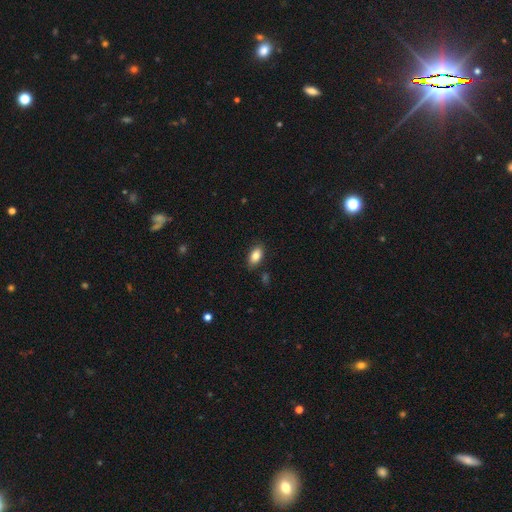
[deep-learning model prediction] Smooth or featured?
  - smooth: 84% *
  - featured or disk: 9%
  - star or artifact: 8%
How rounded?
  - in between: 92% *
  - round: 6%
  - cigar-shaped: 2%
Merging?
  - none: 85% *
  - minor disturbance: 11%
  - major disturbance: 2%
  - merger: 2%